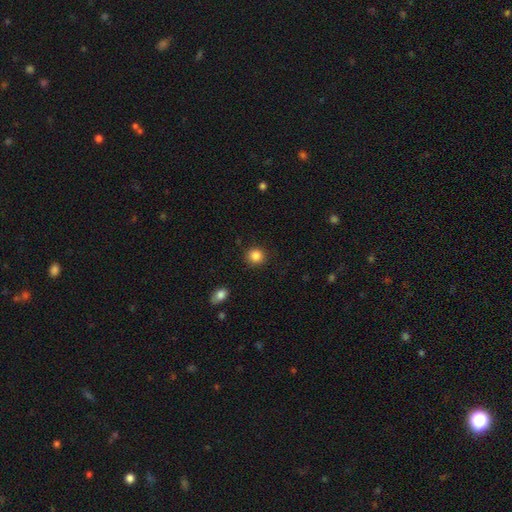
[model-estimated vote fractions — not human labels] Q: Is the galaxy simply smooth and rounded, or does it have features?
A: smooth — 86%.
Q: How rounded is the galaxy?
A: round — 88%.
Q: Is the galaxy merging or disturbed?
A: none — 89%.